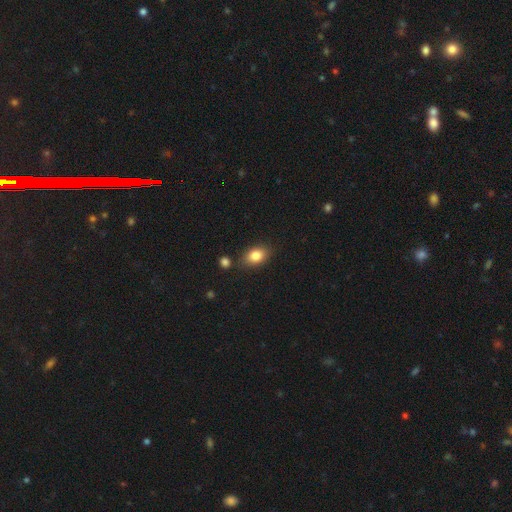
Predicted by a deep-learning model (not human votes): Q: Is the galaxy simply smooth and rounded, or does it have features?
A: smooth — 83%.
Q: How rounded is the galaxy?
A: in between — 79%.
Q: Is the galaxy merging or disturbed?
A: none — 80%.